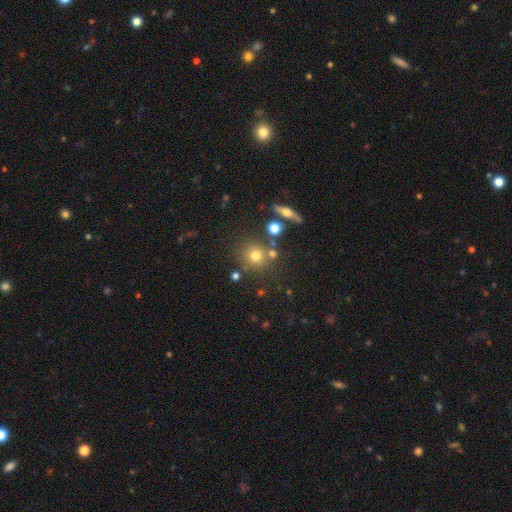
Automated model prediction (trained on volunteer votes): Q: Smooth or featured?
A: smooth (71%); runner-up: star or artifact (16%)
Q: How rounded?
A: round (89%); runner-up: in between (10%)
Q: Merging?
A: none (73%); runner-up: merger (12%)